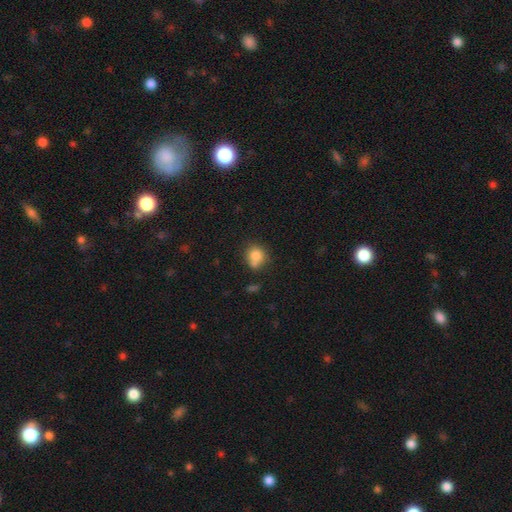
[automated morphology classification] Smooth or featured? Predicted: smooth (p=0.80). How rounded? Predicted: round (p=0.82). Merging? Predicted: none (p=0.54).